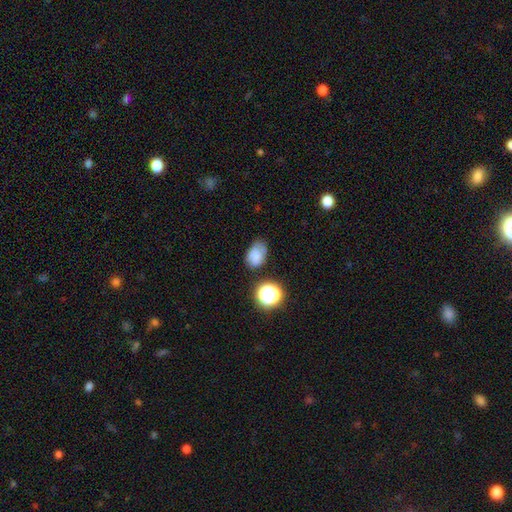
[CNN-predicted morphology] Overall: smooth (74%). How rounded: in between (79%). Merging: none (57%; minor disturbance 29%).